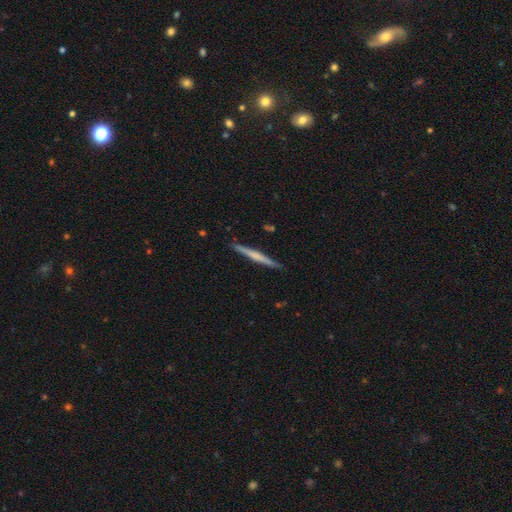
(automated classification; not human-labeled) Overall: featured or disk (55%; smooth 40%). Edge-on disk: yes (98%). Edge-on bulge: none (57%; rounded 27%). Merging: none (90%).